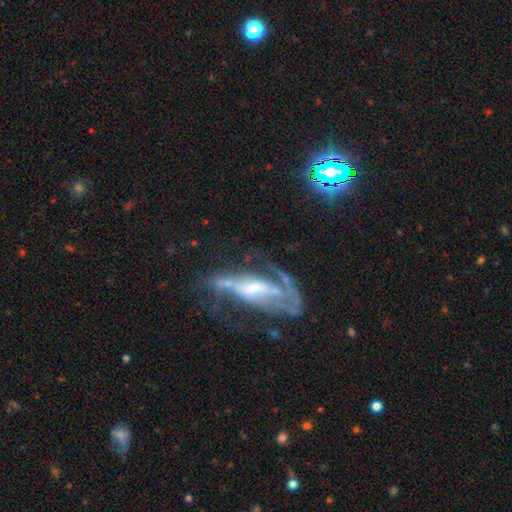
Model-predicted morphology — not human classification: This appears to be a featured or disk galaxy (73%) with no bar (44%), spiral arms (73%) and a moderate central bulge (45%). Merging: none (41%).